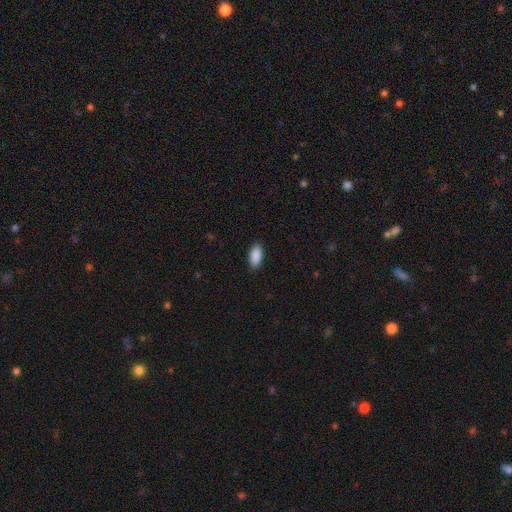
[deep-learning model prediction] Q: Smooth or featured?
A: smooth (90%); runner-up: star or artifact (6%)
Q: How rounded?
A: in between (92%); runner-up: cigar-shaped (6%)
Q: Merging?
A: none (88%); runner-up: minor disturbance (9%)